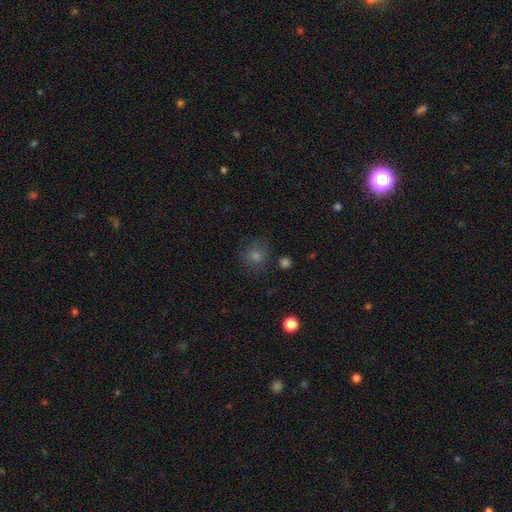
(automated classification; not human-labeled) A smooth galaxy with no disk features (63%) that is round (84%).

Vote fractions:
- Smooth or featured? smooth: 63% / star or artifact: 26% / featured or disk: 12%
- How rounded? round: 84% / in between: 15% / cigar-shaped: 1%
- Merging? none: 78% / minor disturbance: 14% / major disturbance: 6% / merger: 3%